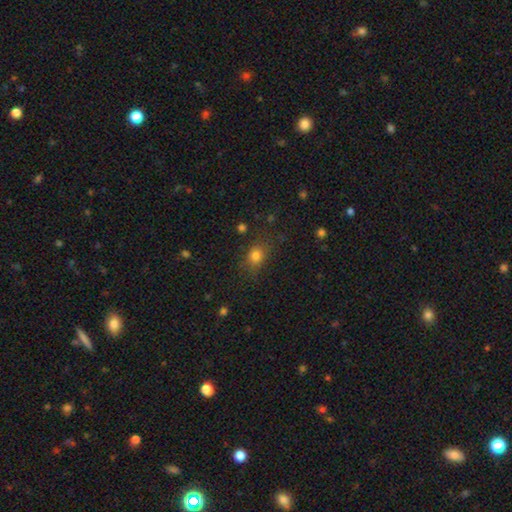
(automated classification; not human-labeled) Q: Smooth or featured?
A: smooth (78%); runner-up: star or artifact (14%)
Q: How rounded?
A: in between (51%); runner-up: round (47%)
Q: Merging?
A: none (75%); runner-up: minor disturbance (16%)